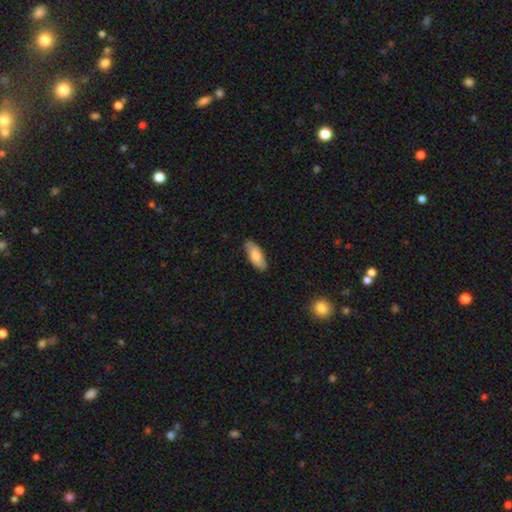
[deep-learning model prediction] smooth 78%, featured or disk 16%, star or artifact 6%. Down the decision tree: how rounded — in between (78%); merging — none (82%).